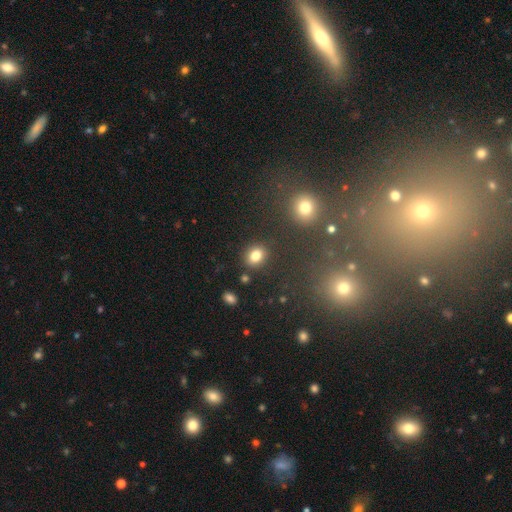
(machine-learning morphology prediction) Smooth or featured: smooth — 80% (star or artifact — 12%)
How rounded: round — 54% (in between — 45%)
Merging: none — 85% (minor disturbance — 9%)